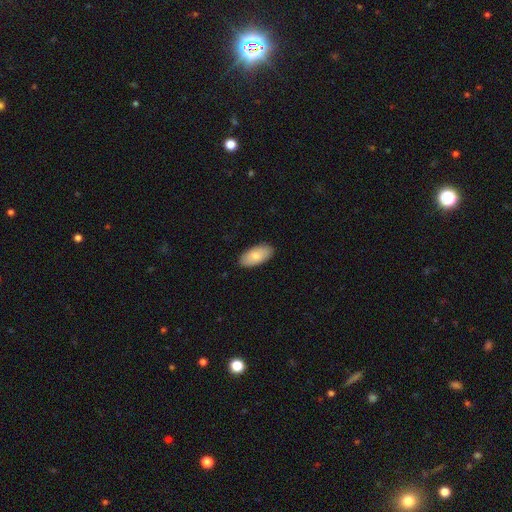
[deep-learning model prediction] smooth-or-featured: smooth: 82% | featured or disk: 13% | star or artifact: 6%
  how-rounded: in between: 94% | cigar-shaped: 4% | round: 2%
  merging: none: 89% | minor disturbance: 9% | major disturbance: 2% | merger: 1%